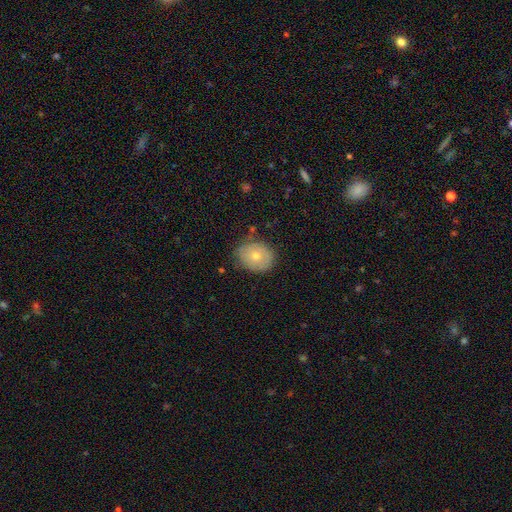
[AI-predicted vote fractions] smooth-or-featured: smooth: 68% | featured or disk: 22% | star or artifact: 10%
  how-rounded: round: 50% | in between: 49% | cigar-shaped: 1%
  merging: none: 82% | minor disturbance: 14% | major disturbance: 3% | merger: 2%